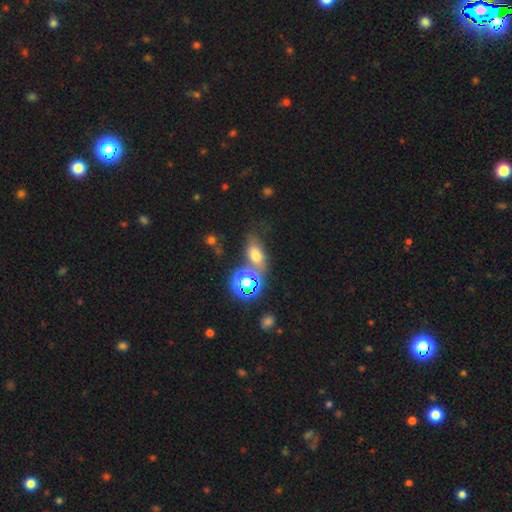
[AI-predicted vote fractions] This appears to be a smooth galaxy with no disk features (62%) that is in between round and cigar-shaped (72%). Merging: none (50%).